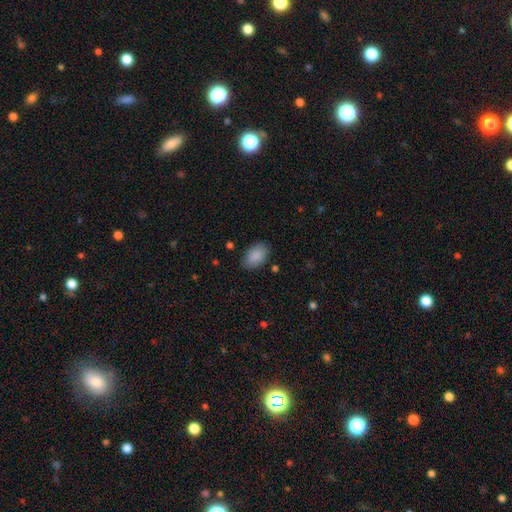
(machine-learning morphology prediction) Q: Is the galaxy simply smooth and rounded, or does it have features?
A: smooth — 88%.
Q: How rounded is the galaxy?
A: in between — 92%.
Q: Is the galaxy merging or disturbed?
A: none — 84%.